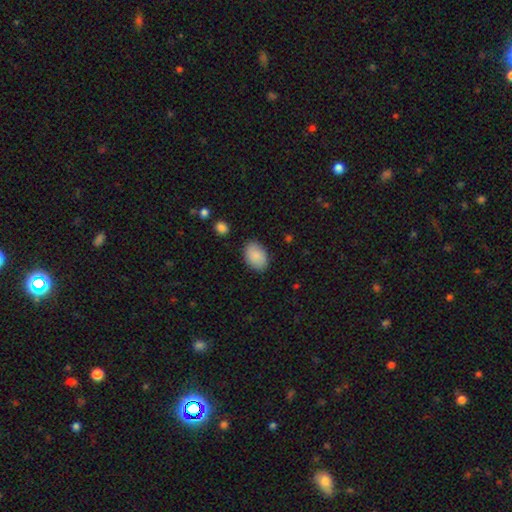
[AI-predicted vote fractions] smooth-or-featured: smooth: 88% | star or artifact: 6% | featured or disk: 5%
  how-rounded: in between: 86% | round: 12% | cigar-shaped: 1%
  merging: none: 85% | minor disturbance: 11% | major disturbance: 3% | merger: 1%